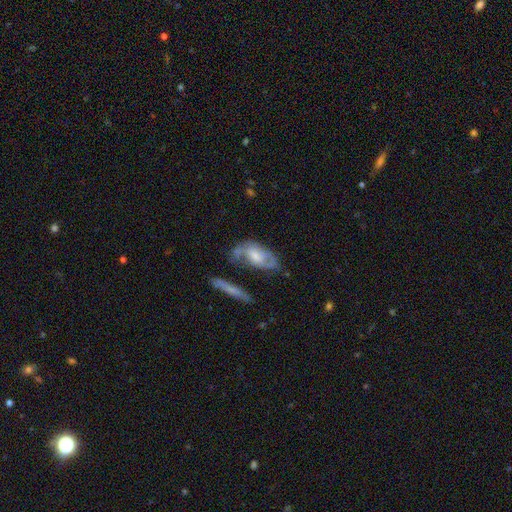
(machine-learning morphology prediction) A featured or disk galaxy (61%) with no bar (48%), spiral arms (76%) and a moderate central bulge (44%). Merging: none (44%).